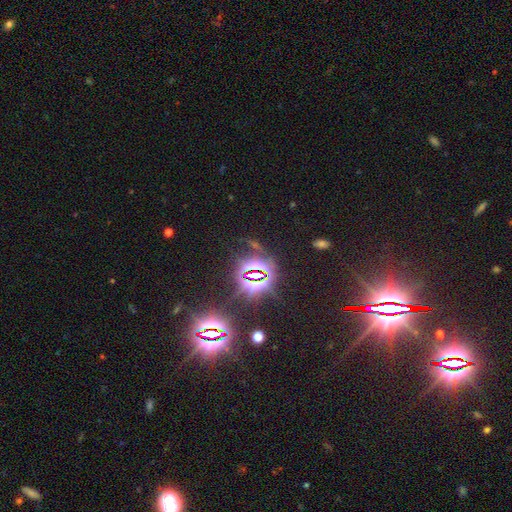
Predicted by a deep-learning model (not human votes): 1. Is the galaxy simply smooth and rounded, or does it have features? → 82% star or artifact, 9% featured or disk, 8% smooth.